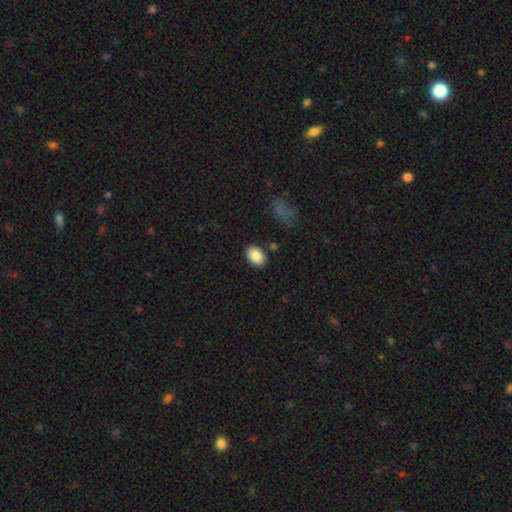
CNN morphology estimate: A smooth galaxy with no disk features (88%) that is in between round and cigar-shaped (83%).

Vote fractions:
- Smooth or featured? smooth: 88% / star or artifact: 7% / featured or disk: 5%
- How rounded? in between: 83% / round: 16% / cigar-shaped: 1%
- Merging? none: 85% / minor disturbance: 10% / merger: 3% / major disturbance: 3%